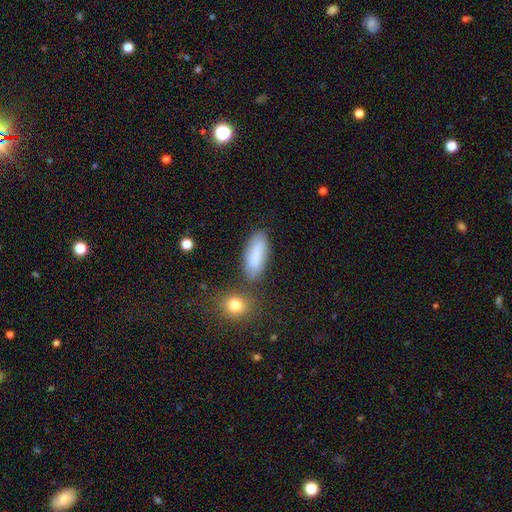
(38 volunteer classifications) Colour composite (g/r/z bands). It shows a smooth galaxy with no disk features (89%) that is in between round and cigar-shaped (59%). Merging: none (72%).